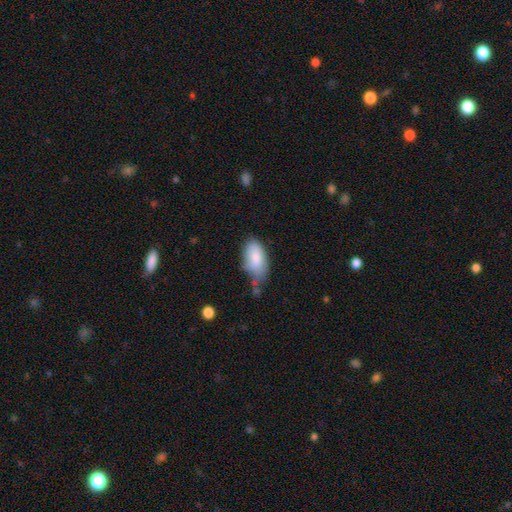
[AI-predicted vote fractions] Q: Smooth or featured?
A: smooth (84%); runner-up: featured or disk (10%)
Q: How rounded?
A: in between (94%); runner-up: round (3%)
Q: Merging?
A: none (45%); runner-up: minor disturbance (36%)